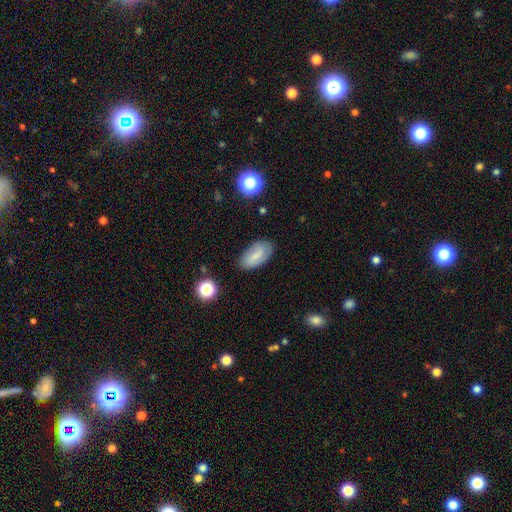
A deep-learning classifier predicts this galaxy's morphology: Smooth or featured: smooth — 63% (featured or disk — 28%)
How rounded: in between — 93% (round — 4%)
Merging: none — 80% (minor disturbance — 15%)